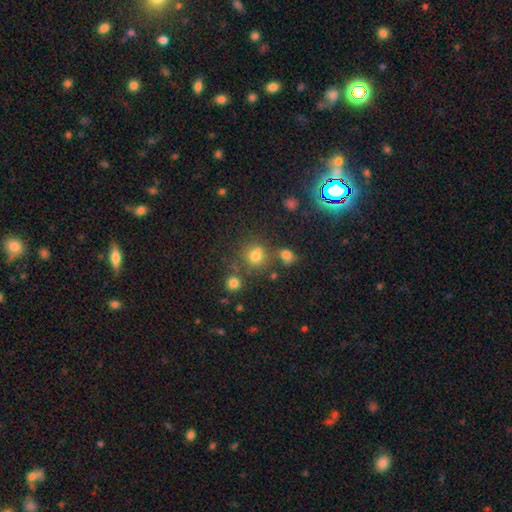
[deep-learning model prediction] Smooth or featured? smooth (71%)
How rounded? round (80%)
Merging? none (61%)